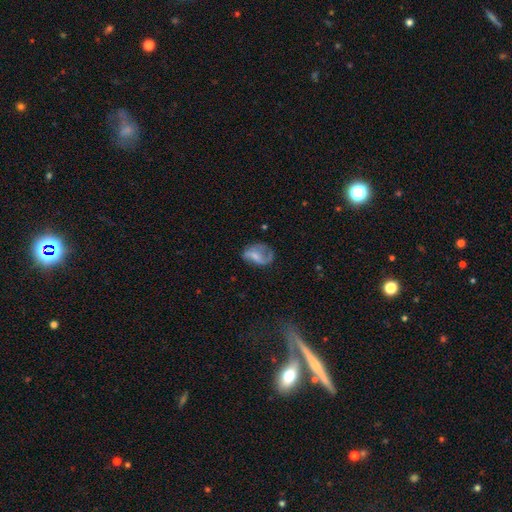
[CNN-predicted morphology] smooth_or_featured: featured or disk (p=0.55) [alt: smooth p=0.37]
disk_edge_on: no (p=0.97) [alt: yes p=0.03]
bar: no (p=0.43) [alt: weak p=0.42]
has_spiral_arms: yes (p=0.72) [alt: no p=0.28]
bulge_size: small (p=0.44) [alt: moderate p=0.29]
merging: none (p=0.43) [alt: major disturbance p=0.28]